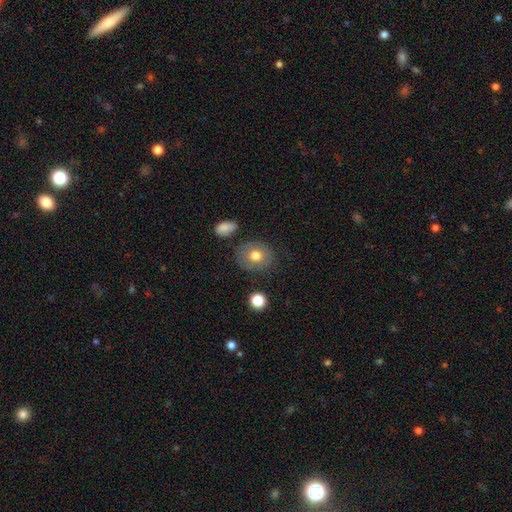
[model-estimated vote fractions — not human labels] A smooth galaxy with no disk features (72%) that is round (67%).

Vote fractions:
- Smooth or featured? smooth: 72% / featured or disk: 20% / star or artifact: 9%
- How rounded? round: 67% / in between: 33% / cigar-shaped: 1%
- Merging? none: 77% / minor disturbance: 15% / major disturbance: 5% / merger: 3%